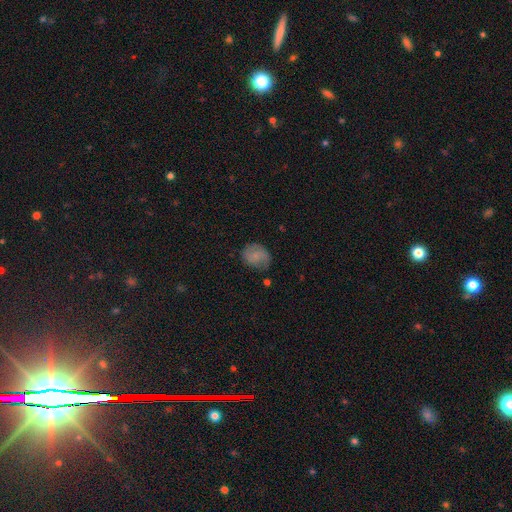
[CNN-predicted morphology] Smooth or featured?
  - smooth: 61% *
  - featured or disk: 30%
  - star or artifact: 9%
How rounded?
  - round: 60% *
  - in between: 39%
  - cigar-shaped: 1%
Merging?
  - none: 64% *
  - minor disturbance: 26%
  - major disturbance: 8%
  - merger: 2%